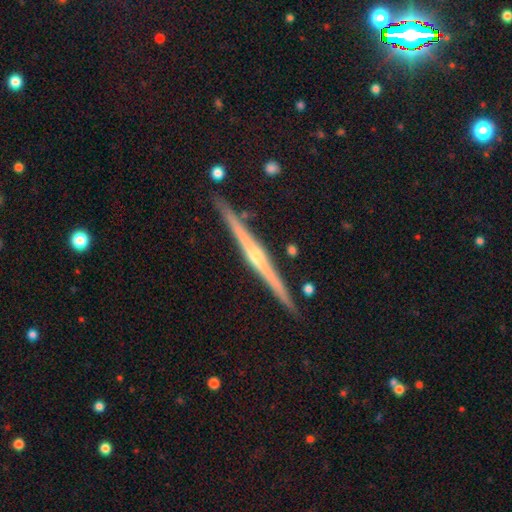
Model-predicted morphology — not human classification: smooth_or_featured: featured or disk (p=0.85) [alt: smooth p=0.09]
disk_edge_on: yes (p=0.99) [alt: no p=0.01]
edge_on_bulge: rounded (p=0.79) [alt: none p=0.15]
merging: none (p=0.90) [alt: minor disturbance p=0.07]